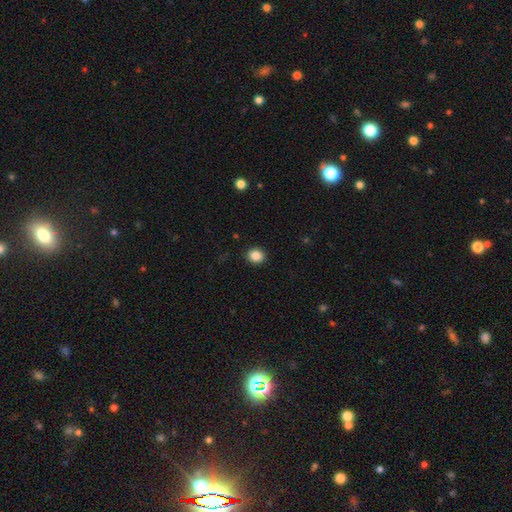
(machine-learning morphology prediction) Overall: smooth (86%). How rounded: round (76%). Merging: none (90%).